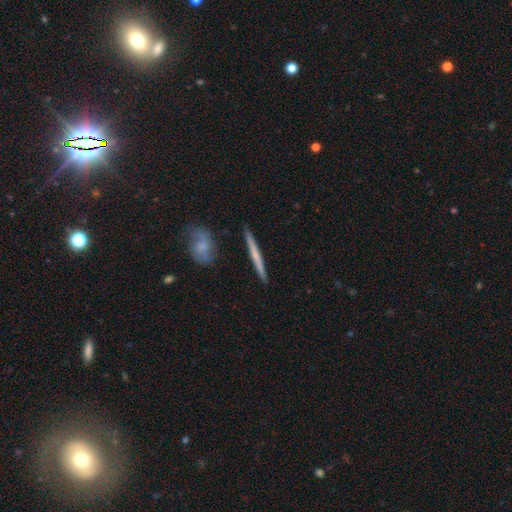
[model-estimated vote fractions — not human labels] A smooth galaxy with no disk features (48%). Merging: none (90%).